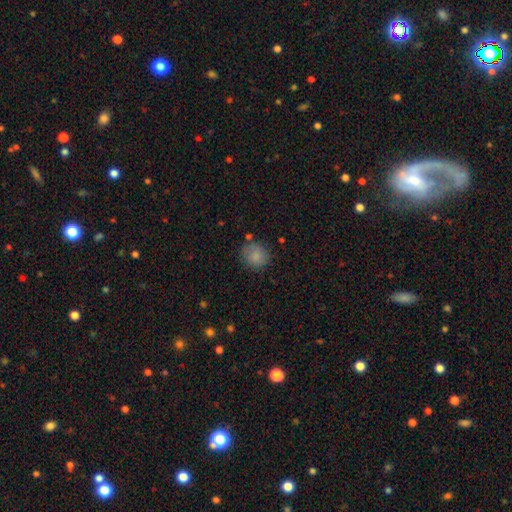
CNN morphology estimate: Smooth or featured?
  - smooth: 84% *
  - star or artifact: 9%
  - featured or disk: 7%
How rounded?
  - round: 82% *
  - in between: 17%
  - cigar-shaped: 1%
Merging?
  - none: 75% *
  - minor disturbance: 17%
  - major disturbance: 5%
  - merger: 4%